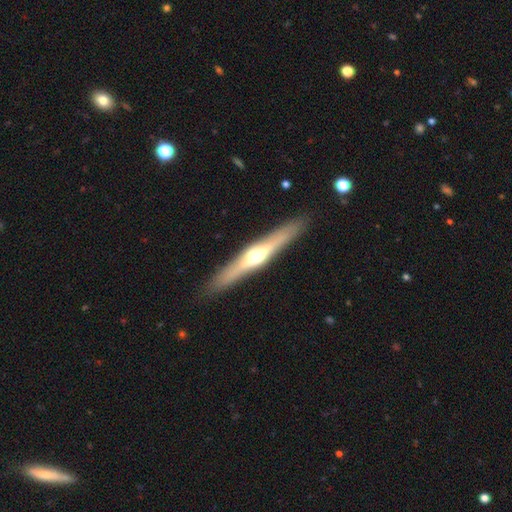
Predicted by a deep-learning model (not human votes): featured or disk 70%, smooth 25%, star or artifact 5%. Down the decision tree: edge-on disk — yes (96%); edge-on bulge — rounded (93%); merging — none (90%).